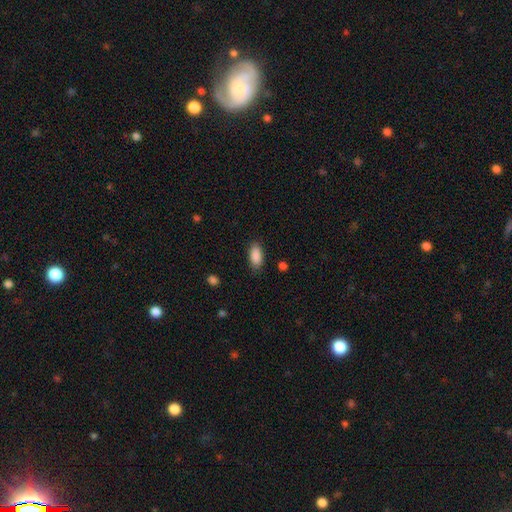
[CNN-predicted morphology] type=smooth (89%); roundness=in between (90%); merging=none (84%).